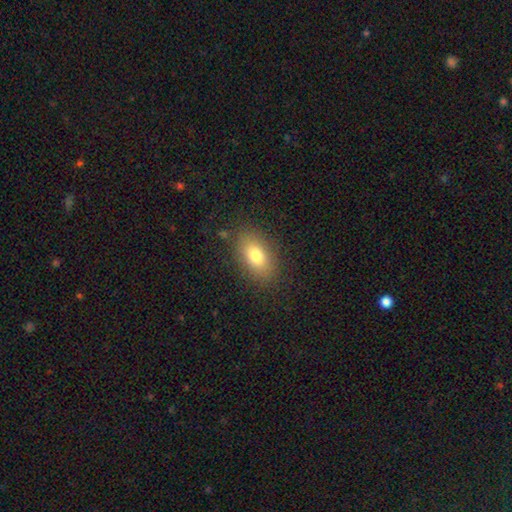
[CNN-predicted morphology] A smooth galaxy with no disk features (78%) that is in between round and cigar-shaped (88%).

Vote fractions:
- Smooth or featured? smooth: 78% / featured or disk: 12% / star or artifact: 9%
- How rounded? in between: 88% / round: 8% / cigar-shaped: 3%
- Merging? none: 84% / minor disturbance: 11% / major disturbance: 4% / merger: 1%